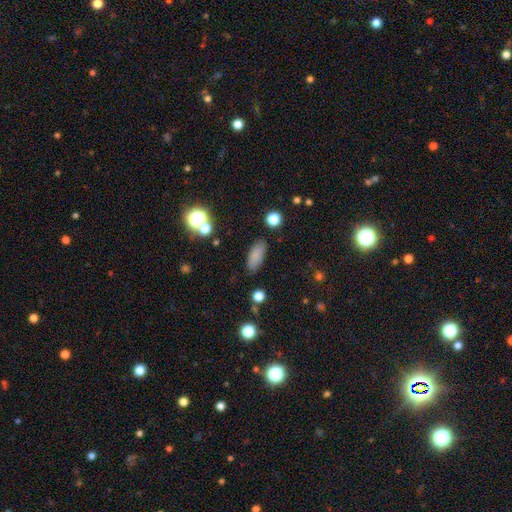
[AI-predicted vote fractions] The model was most divided on "how rounded": in between: 81%, cigar-shaped: 16%, round: 3%. More confident: merging — none (85%); smooth or featured — smooth (83%).